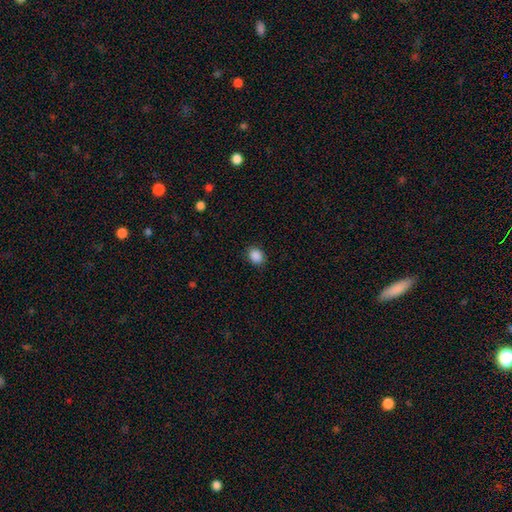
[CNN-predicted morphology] Smooth or featured: smooth — 88% (star or artifact — 9%)
How rounded: round — 51% (in between — 49%)
Merging: none — 89% (minor disturbance — 8%)